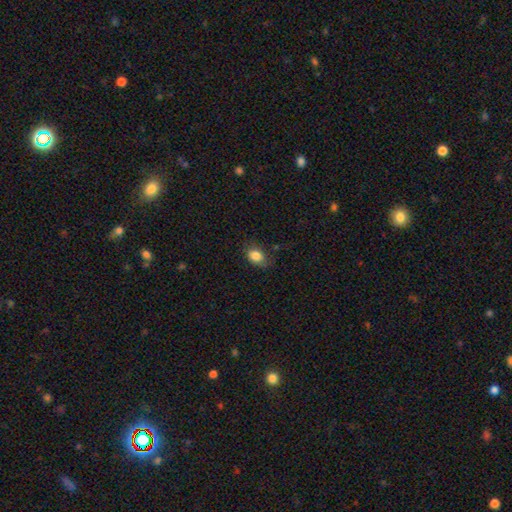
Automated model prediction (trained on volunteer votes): A smooth galaxy with no disk features (85%) that is in between round and cigar-shaped (67%). Merging: none (73%).